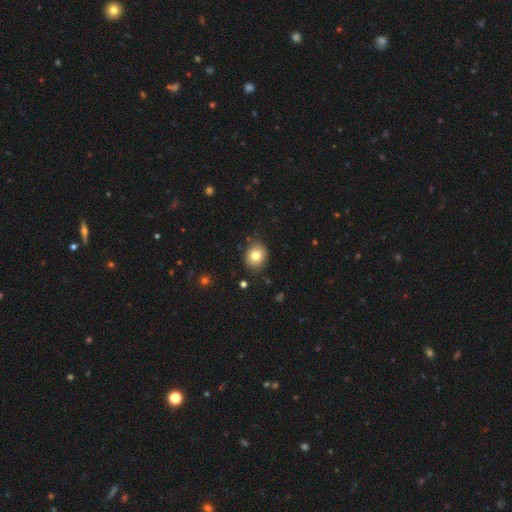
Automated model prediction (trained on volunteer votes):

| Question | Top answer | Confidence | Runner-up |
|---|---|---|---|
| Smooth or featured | smooth | 79% | featured or disk (11%) |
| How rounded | round | 71% | in between (28%) |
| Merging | none | 84% | minor disturbance (12%) |